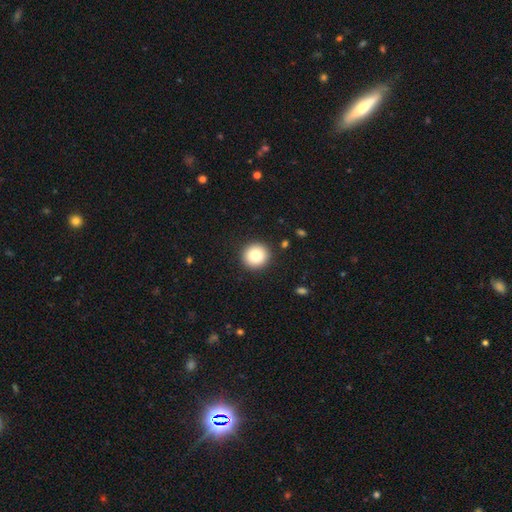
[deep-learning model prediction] Overall: smooth (81%). How rounded: round (93%). Merging: none (91%).